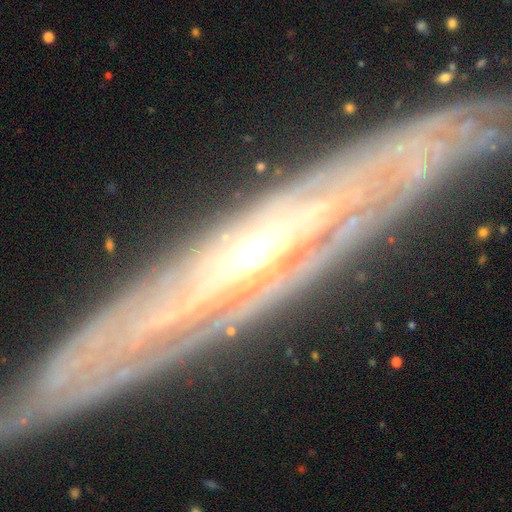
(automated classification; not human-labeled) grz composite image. It shows a featured or disk galaxy (82%) viewed edge-on (52%). Merging: none (78%).